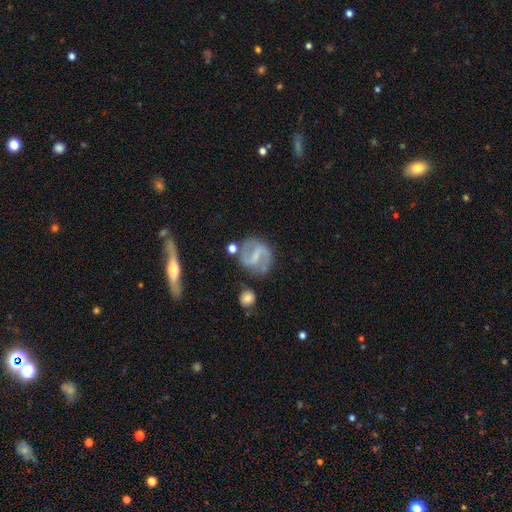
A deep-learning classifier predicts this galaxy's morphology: smooth-or-featured: featured or disk: 77% | smooth: 17% | star or artifact: 6%
  disk-edge-on: no: 97% | yes: 3%
    bar: strong: 52% | weak: 38% | no: 11%
    has-spiral-arms: yes: 88% | no: 12%
      spiral-winding: medium: 48% | loose: 35% | tight: 17%
      spiral-arm-count: 2: 89% | can't tell: 6% | 1: 3% | 3: 1% | 4: 1% | more than 4: 1%
    bulge-size: small: 45% | none: 35% | moderate: 17% | large: 2% | dominant: 1%
  merging: none: 72% | minor disturbance: 16% | major disturbance: 7% | merger: 6%